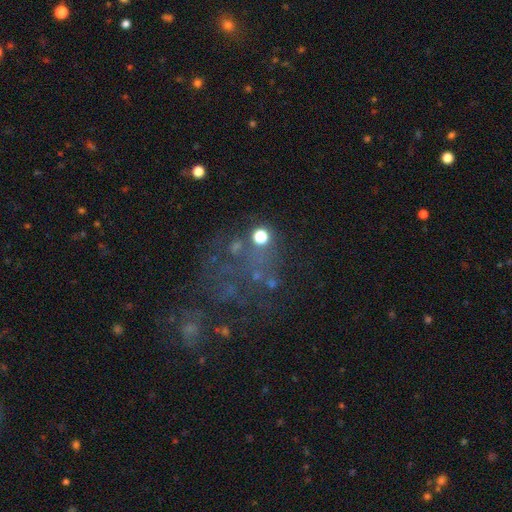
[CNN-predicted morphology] star or artifact 46%, featured or disk 32%, smooth 21%.